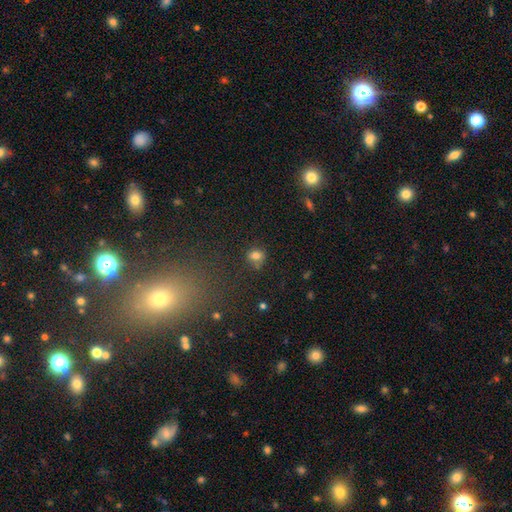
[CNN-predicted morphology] Q: Smooth or featured?
A: smooth (76%); runner-up: star or artifact (15%)
Q: How rounded?
A: round (64%); runner-up: in between (34%)
Q: Merging?
A: none (64%); runner-up: minor disturbance (19%)